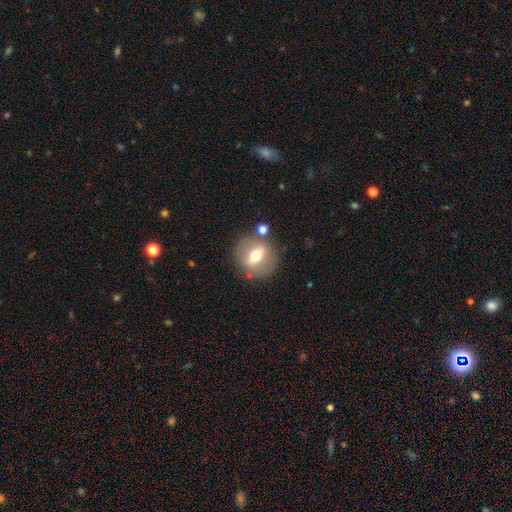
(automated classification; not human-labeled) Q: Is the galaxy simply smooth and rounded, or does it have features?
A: smooth — 47%.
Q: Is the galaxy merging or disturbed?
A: none — 79%.